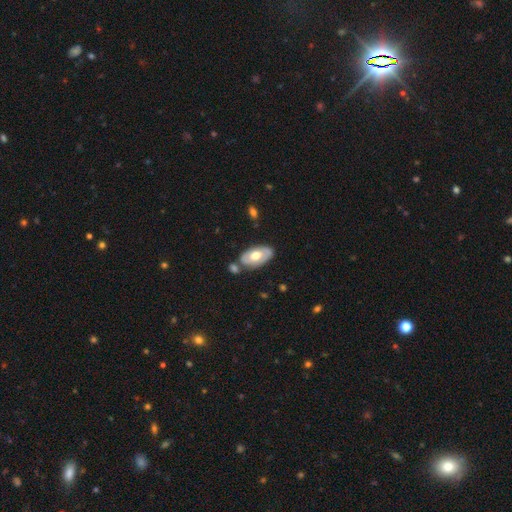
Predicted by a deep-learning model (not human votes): The model was most divided on "smooth or featured": smooth: 52%, featured or disk: 42%, star or artifact: 5%. More confident: how rounded — in between (94%); merging — none (67%).